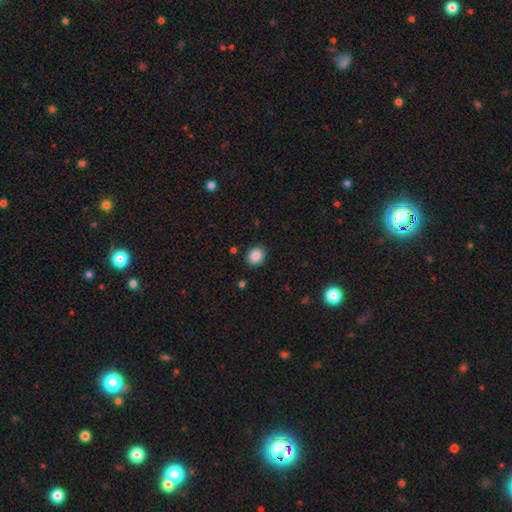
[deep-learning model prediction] Morphology: type=smooth (87%); roundness=round (63%); merging=none (88%).